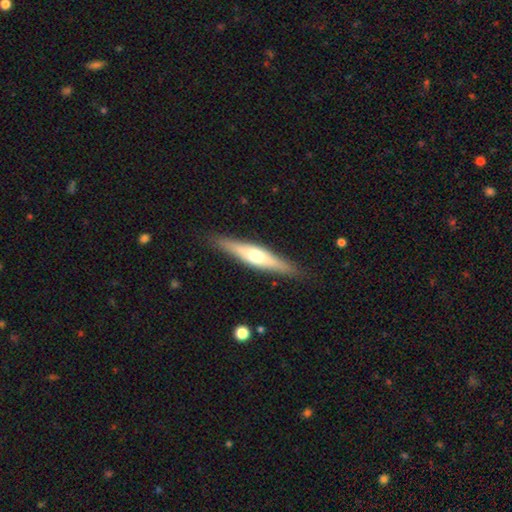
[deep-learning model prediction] The model was most divided on "smooth or featured": featured or disk: 58%, smooth: 37%, star or artifact: 5%. More confident: edge-on disk — yes (93%); edge-on bulge — rounded (89%); merging — none (88%).